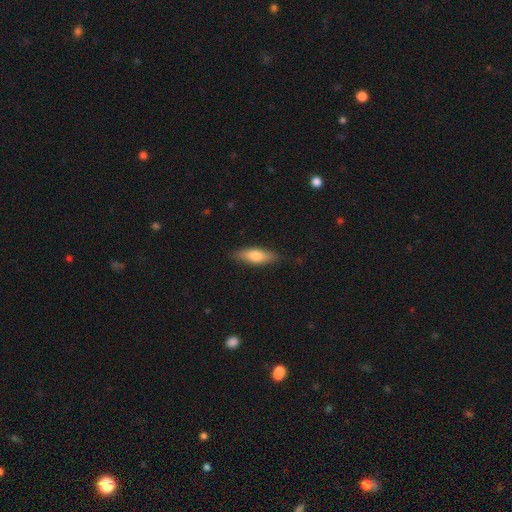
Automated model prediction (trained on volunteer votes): This appears to be a smooth galaxy with no disk features (70%) that is in between round and cigar-shaped (56%). Merging: none (84%).